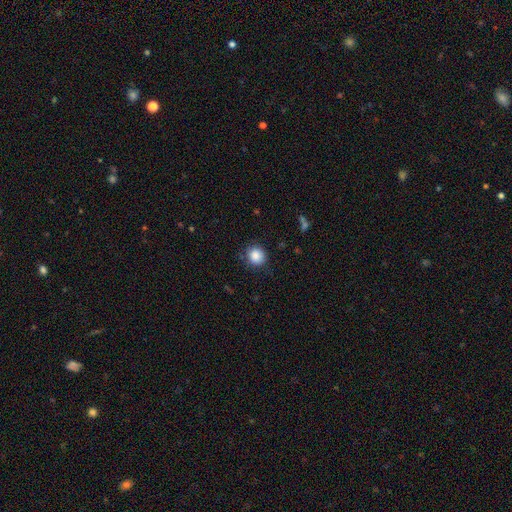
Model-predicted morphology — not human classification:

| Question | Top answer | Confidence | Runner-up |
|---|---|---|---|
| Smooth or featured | smooth | 86% | star or artifact (9%) |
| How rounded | round | 87% | in between (12%) |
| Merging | none | 81% | minor disturbance (14%) |